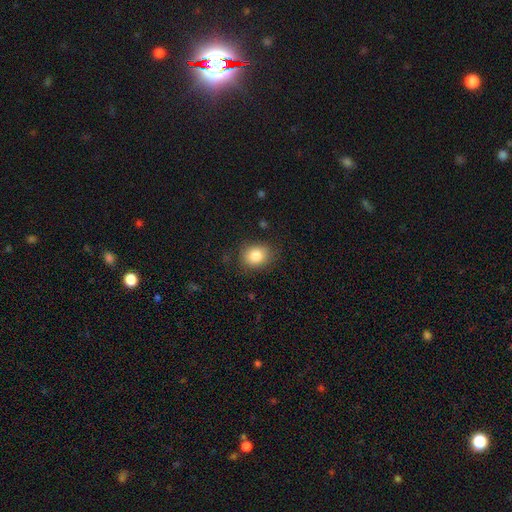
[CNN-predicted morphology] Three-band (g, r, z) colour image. It shows a smooth galaxy with no disk features (83%) that is round (58%). Merging: none (82%).